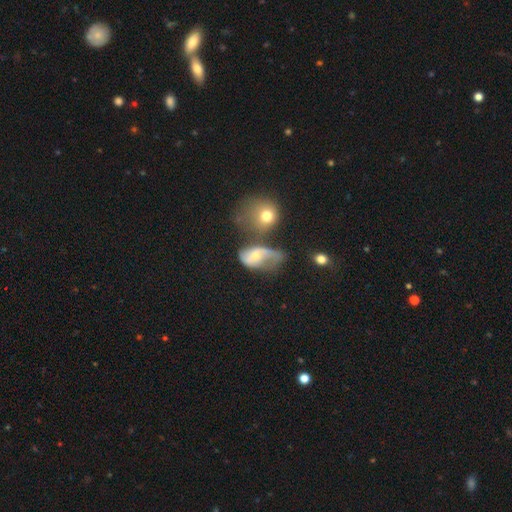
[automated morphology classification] Smooth or featured: featured or disk — 50% (smooth — 42%)
Merging: major disturbance — 36% (merger — 28%)